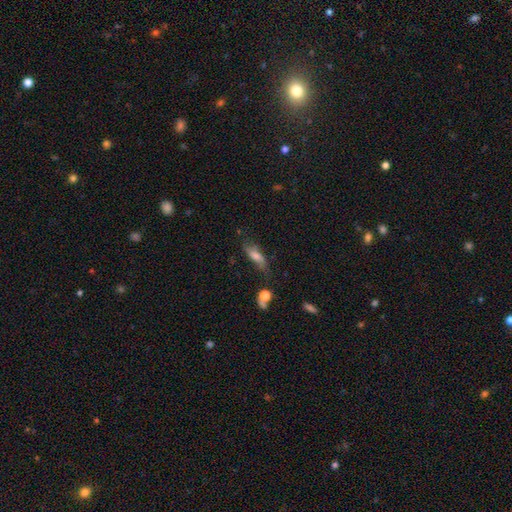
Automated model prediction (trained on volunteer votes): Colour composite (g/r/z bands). It shows a smooth galaxy with no disk features (56%) that is in between round and cigar-shaped (55%). Merging: none (55%).